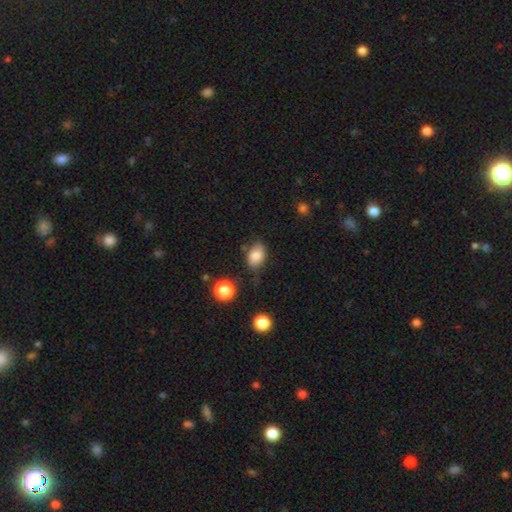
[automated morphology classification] Smooth or featured?
  - smooth: 83% *
  - star or artifact: 9%
  - featured or disk: 8%
How rounded?
  - in between: 82% *
  - round: 16%
  - cigar-shaped: 1%
Merging?
  - none: 67% *
  - minor disturbance: 22%
  - major disturbance: 6%
  - merger: 5%